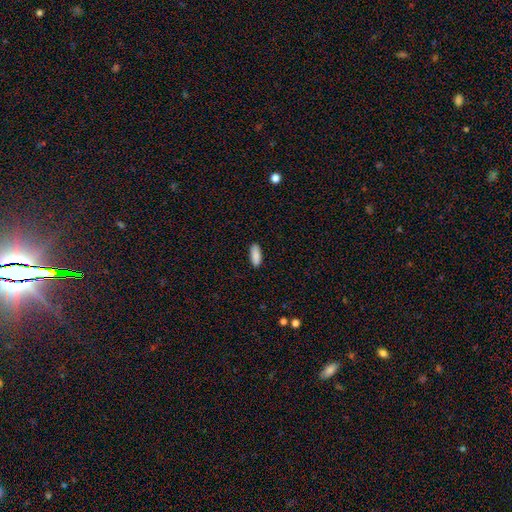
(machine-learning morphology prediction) Overall: smooth (89%). How rounded: in between (77%). Merging: none (88%).